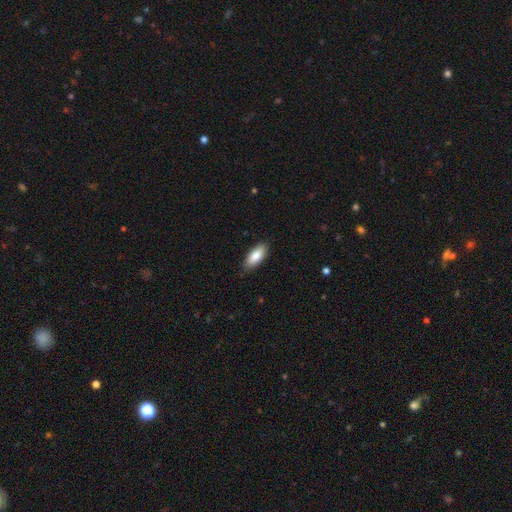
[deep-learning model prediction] The model was most divided on "how rounded": in between: 81%, cigar-shaped: 17%, round: 2%. More confident: merging — none (86%); smooth or featured — smooth (82%).